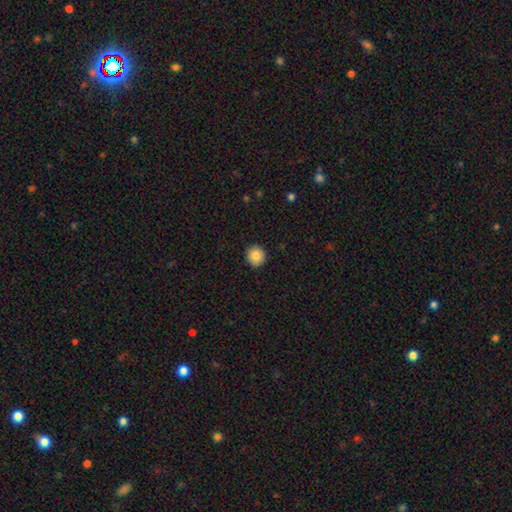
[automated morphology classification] Smooth or featured? smooth (83%)
How rounded? round (91%)
Merging? none (92%)